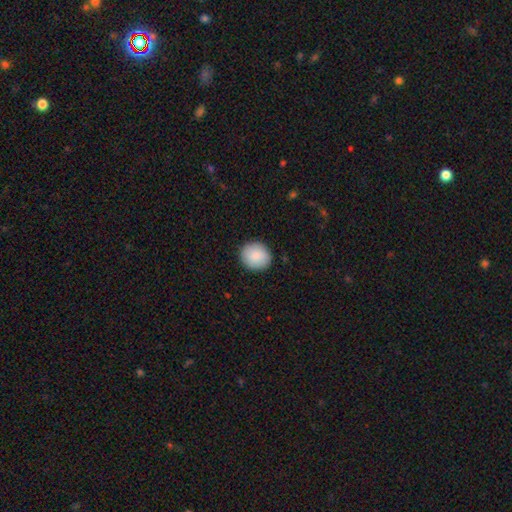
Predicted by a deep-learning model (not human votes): smooth-or-featured: smooth: 89% | star or artifact: 6% | featured or disk: 4%
  how-rounded: round: 76% | in between: 23% | cigar-shaped: 1%
  merging: none: 90% | minor disturbance: 7% | major disturbance: 2% | merger: 1%